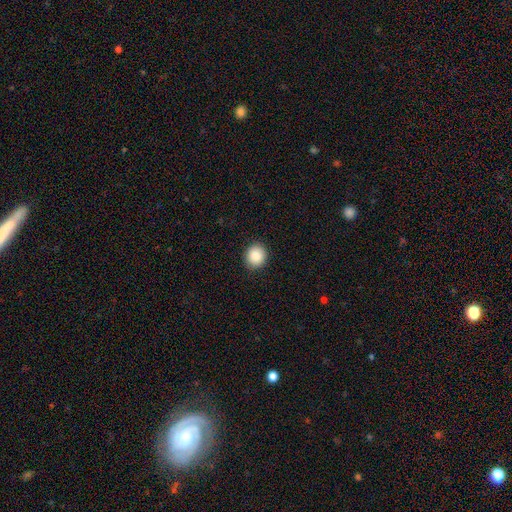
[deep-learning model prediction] A smooth galaxy with no disk features (86%) that is round (82%). Merging: none (91%).